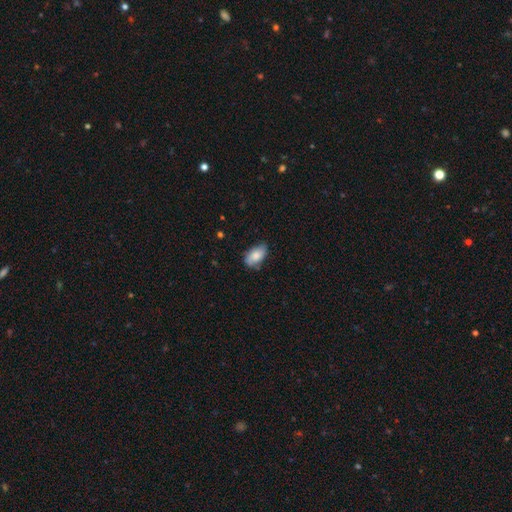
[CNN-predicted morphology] The model was most divided on "merging": none: 65%, minor disturbance: 28%, major disturbance: 6%, merger: 2%. More confident: how rounded — in between (92%); smooth or featured — smooth (69%).